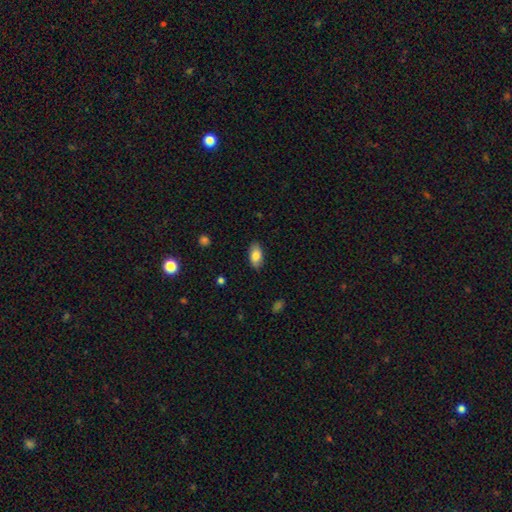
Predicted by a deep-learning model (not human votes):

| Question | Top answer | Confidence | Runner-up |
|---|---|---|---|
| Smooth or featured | smooth | 83% | featured or disk (10%) |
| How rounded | in between | 92% | cigar-shaped (4%) |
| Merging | none | 86% | minor disturbance (11%) |